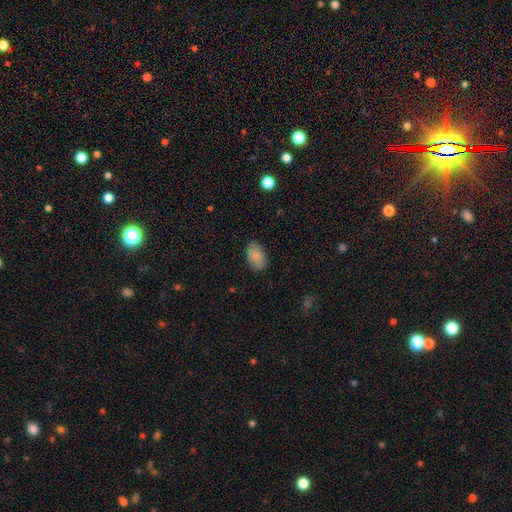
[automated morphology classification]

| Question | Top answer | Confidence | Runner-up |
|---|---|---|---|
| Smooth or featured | smooth | 86% | star or artifact (7%) |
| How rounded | in between | 92% | round (6%) |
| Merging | none | 84% | minor disturbance (12%) |